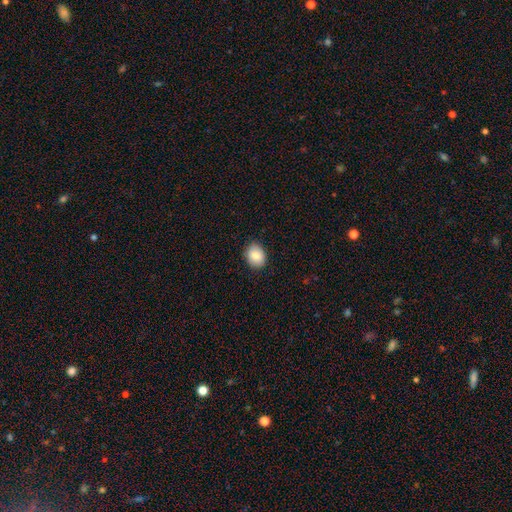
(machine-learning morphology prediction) A smooth galaxy with no disk features (83%) that is in between round and cigar-shaped (52%).

Vote fractions:
- Smooth or featured? smooth: 83% / featured or disk: 9% / star or artifact: 8%
- How rounded? in between: 52% / round: 47% / cigar-shaped: 1%
- Merging? none: 87% / minor disturbance: 10% / major disturbance: 2% / merger: 1%